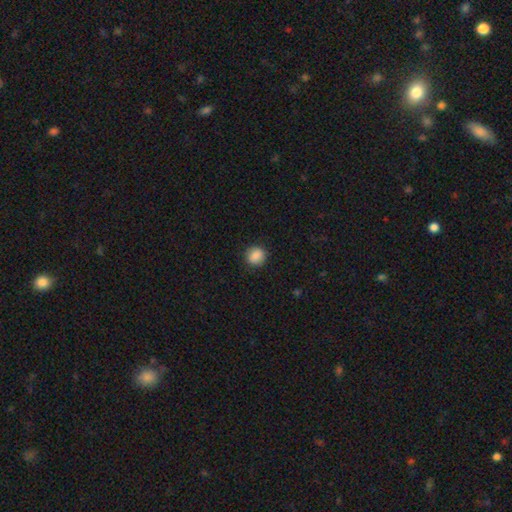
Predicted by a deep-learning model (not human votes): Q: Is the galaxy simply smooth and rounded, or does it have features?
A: smooth — 88%.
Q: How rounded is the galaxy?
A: round — 84%.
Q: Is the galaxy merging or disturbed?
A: none — 88%.